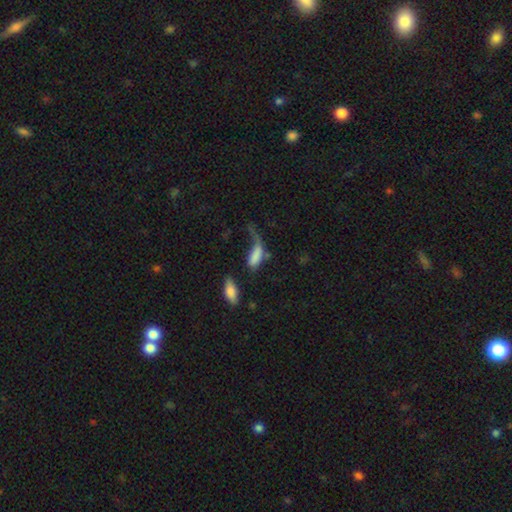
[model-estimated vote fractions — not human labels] smooth_or_featured: smooth (p=0.72) [alt: featured or disk p=0.18]
how_rounded: in between (p=0.80) [alt: cigar-shaped p=0.16]
merging: major disturbance (p=0.47) [alt: none p=0.21]